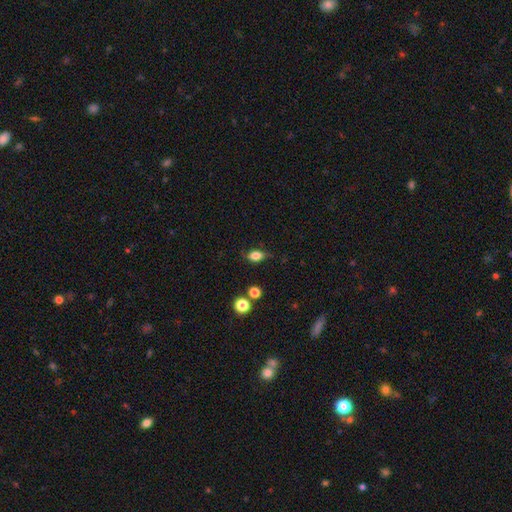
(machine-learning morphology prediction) Q: Smooth or featured?
A: smooth (79%); runner-up: featured or disk (11%)
Q: How rounded?
A: in between (76%); runner-up: round (20%)
Q: Merging?
A: none (68%); runner-up: minor disturbance (24%)